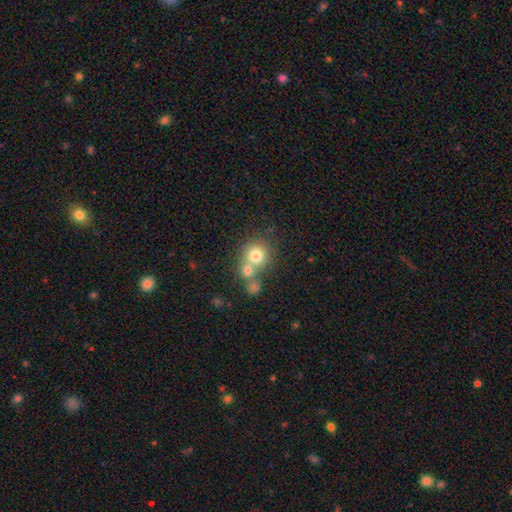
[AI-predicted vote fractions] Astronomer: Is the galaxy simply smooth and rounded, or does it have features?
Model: smooth — 74%.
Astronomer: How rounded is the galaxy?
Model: round — 88%.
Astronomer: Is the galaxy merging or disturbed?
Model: none — 45% (runner-up: merger, 44%).